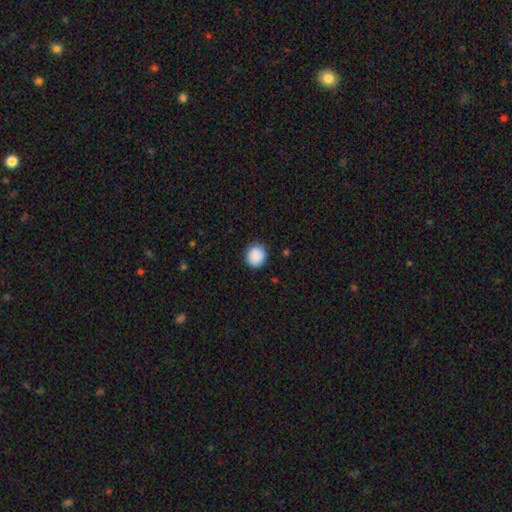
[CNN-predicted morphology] A smooth galaxy with no disk features (90%) that is round (82%). Merging: none (88%).